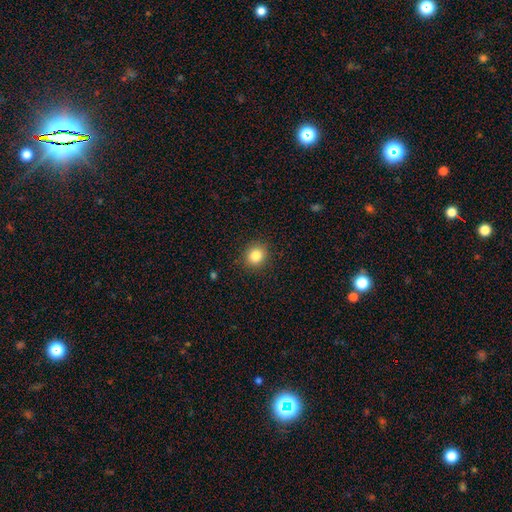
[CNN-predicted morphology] Q: Smooth or featured?
A: smooth (84%); runner-up: star or artifact (11%)
Q: How rounded?
A: round (81%); runner-up: in between (18%)
Q: Merging?
A: none (90%); runner-up: minor disturbance (7%)